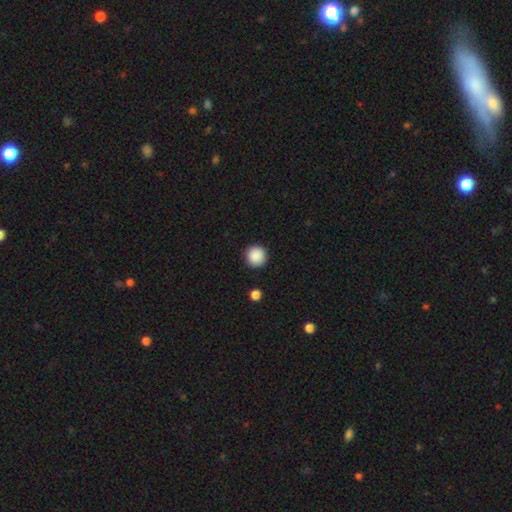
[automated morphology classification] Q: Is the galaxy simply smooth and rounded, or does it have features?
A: smooth — 89%.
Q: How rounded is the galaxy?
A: round — 95%.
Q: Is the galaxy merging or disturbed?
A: none — 92%.